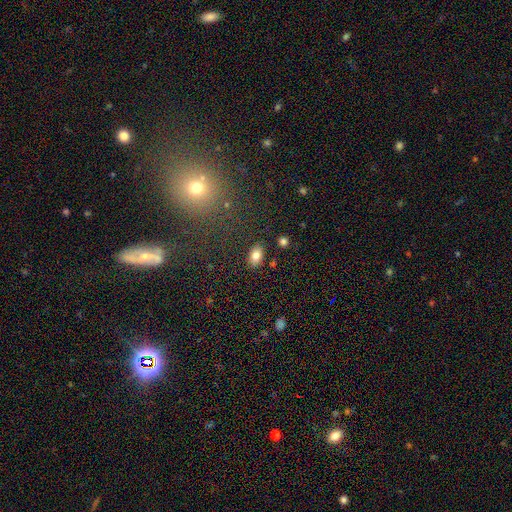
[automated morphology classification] A smooth galaxy with no disk features (82%) that is in between round and cigar-shaped (91%).

Vote fractions:
- Smooth or featured? smooth: 82% / featured or disk: 9% / star or artifact: 9%
- How rounded? in between: 91% / round: 7% / cigar-shaped: 2%
- Merging? none: 85% / minor disturbance: 10% / merger: 3% / major disturbance: 2%